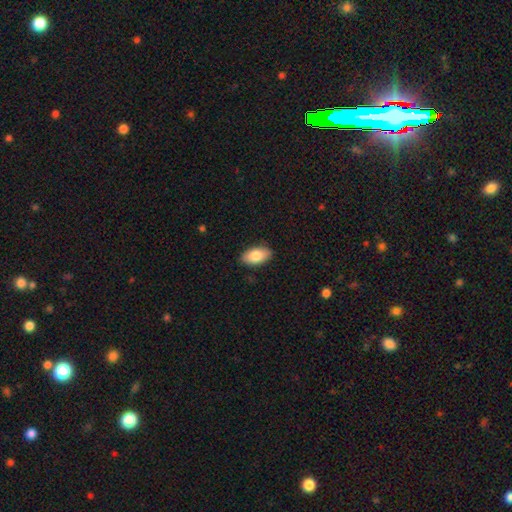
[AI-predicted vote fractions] This is clearly a smooth galaxy (83%). How rounded: clearly in between (93%). Merging: clearly none (88%).